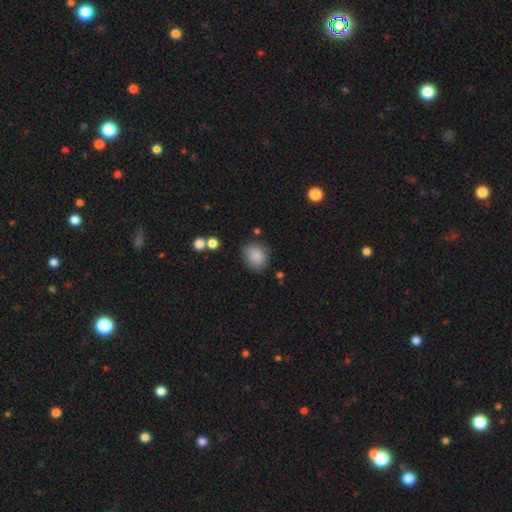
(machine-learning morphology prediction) type=smooth (87%); roundness=round (62%); merging=none (77%).